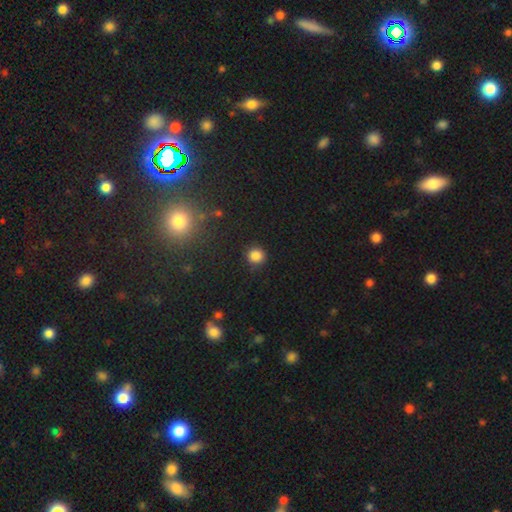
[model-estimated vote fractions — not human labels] A smooth galaxy with no disk features (83%) that is round (92%).

Vote fractions:
- Smooth or featured? smooth: 83% / star or artifact: 13% / featured or disk: 4%
- How rounded? round: 92% / in between: 7% / cigar-shaped: 1%
- Merging? none: 88% / minor disturbance: 8% / major disturbance: 3% / merger: 2%